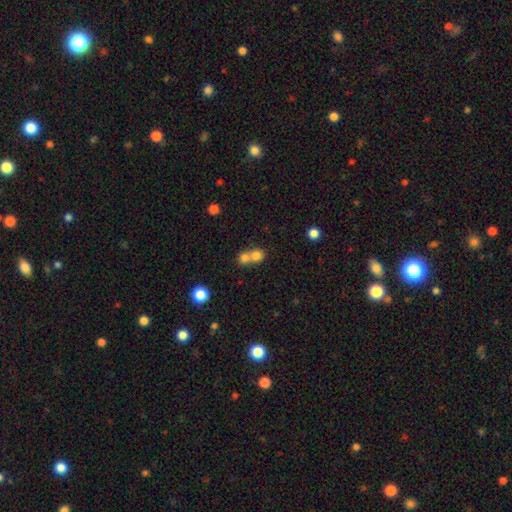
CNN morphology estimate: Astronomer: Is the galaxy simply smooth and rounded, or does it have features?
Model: smooth — 77%.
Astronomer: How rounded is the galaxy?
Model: round — 78%.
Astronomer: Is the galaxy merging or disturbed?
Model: merger — 63%.